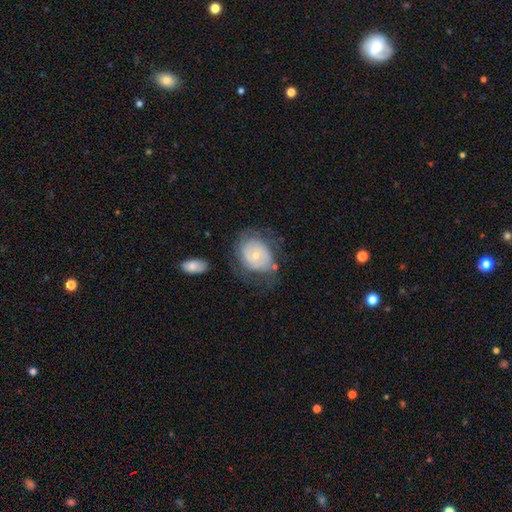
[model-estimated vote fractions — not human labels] A featured or disk galaxy (64%) with no bar (75%), spiral arms (77%) and a small central bulge (68%).

Vote fractions:
- Smooth or featured? featured or disk: 64% / smooth: 29% / star or artifact: 7%
- Edge-on disk? no: 97% / yes: 3%
- Bar? no: 75% / weak: 21% / strong: 4%
- Spiral arms? yes: 77% / no: 23%
- Bulge size? small: 68% / moderate: 28% / large: 2% / none: 1% / dominant: 1%
- Merging? none: 56% / minor disturbance: 23% / major disturbance: 17% / merger: 4%